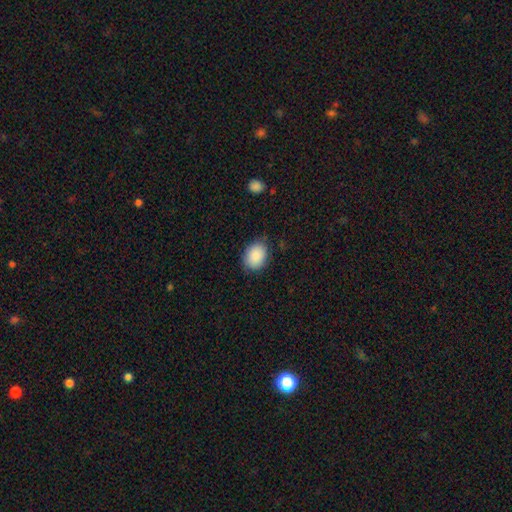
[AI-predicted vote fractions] Smooth or featured? Predicted: smooth (p=0.89). How rounded? Predicted: in between (p=0.64). Merging? Predicted: none (p=0.81).